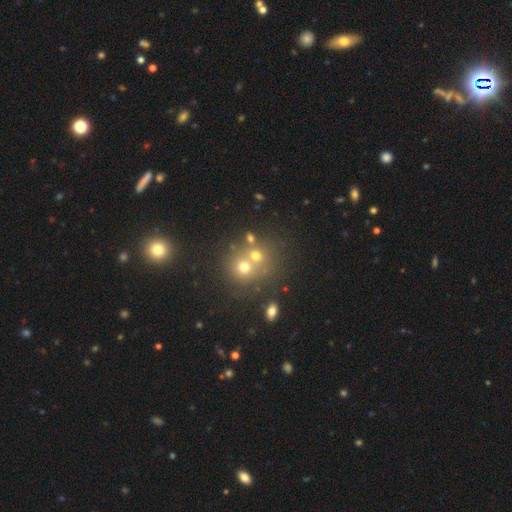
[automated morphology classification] A smooth galaxy with no disk features (62%) that is round (79%).

Vote fractions:
- Smooth or featured? smooth: 62% / star or artifact: 20% / featured or disk: 18%
- How rounded? round: 79% / in between: 20% / cigar-shaped: 1%
- Merging? merger: 46% / none: 43% / minor disturbance: 7% / major disturbance: 4%